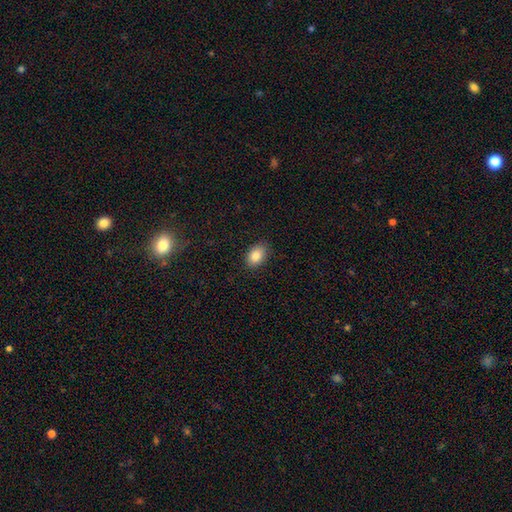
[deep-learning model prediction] A smooth galaxy with no disk features (86%) that is in between round and cigar-shaped (87%). Merging: none (86%).